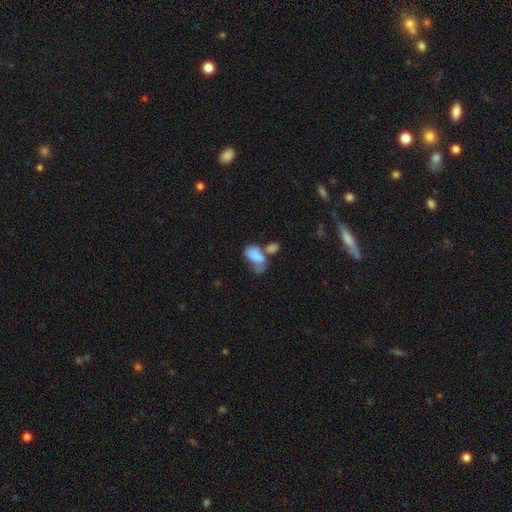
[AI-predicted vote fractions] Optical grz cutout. It shows a smooth galaxy with no disk features (74%) that is in between round and cigar-shaped (91%). Merging: merger (52%).